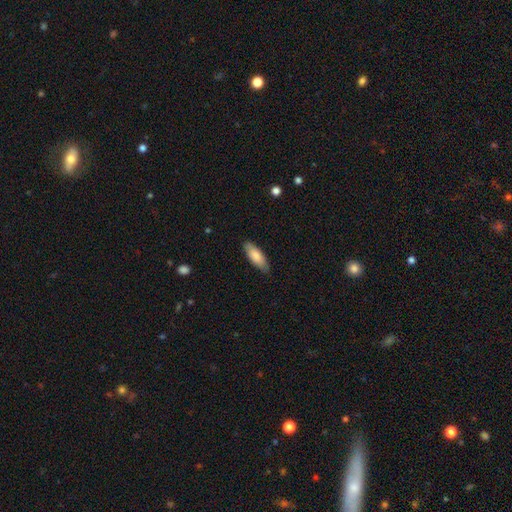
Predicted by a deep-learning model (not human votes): Smooth or featured? smooth (79%)
How rounded? in between (70%)
Merging? none (82%)